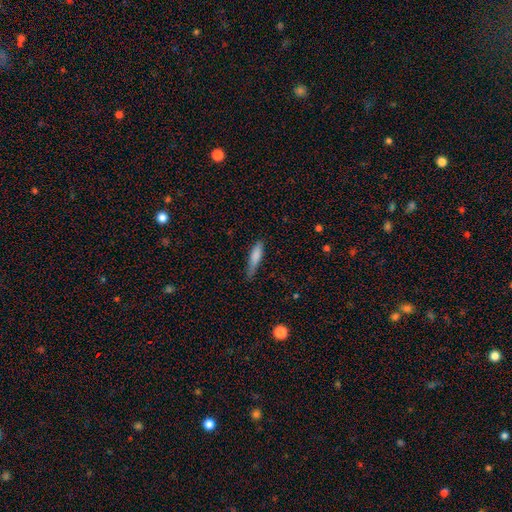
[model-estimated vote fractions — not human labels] smooth 80%, featured or disk 13%, star or artifact 6%. Down the decision tree: how rounded — cigar-shaped (74%); merging — none (64%).